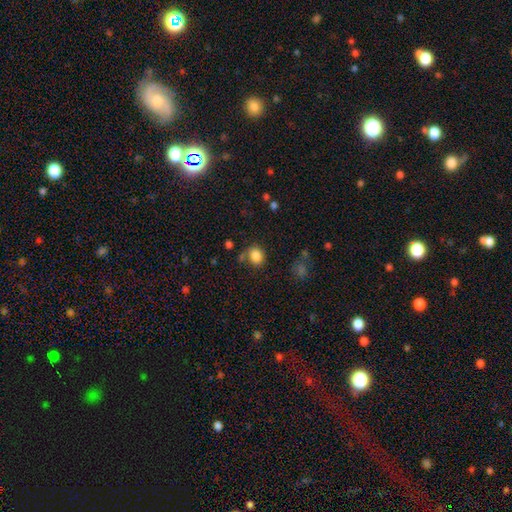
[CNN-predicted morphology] Smooth or featured? smooth (84%)
How rounded? round (67%)
Merging? none (70%)